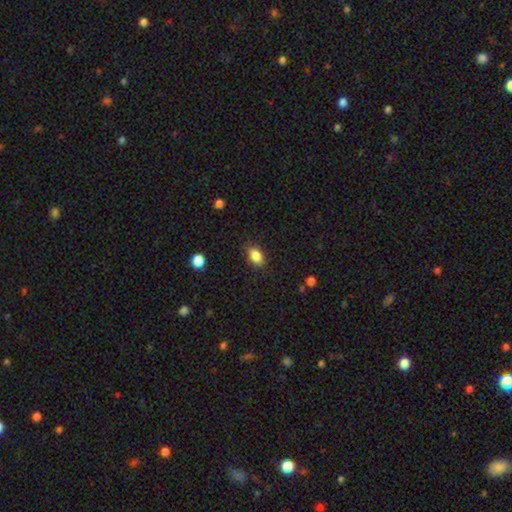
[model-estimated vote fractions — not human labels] A smooth galaxy with no disk features (85%) that is in between round and cigar-shaped (83%).

Vote fractions:
- Smooth or featured? smooth: 85% / star or artifact: 9% / featured or disk: 6%
- How rounded? in between: 83% / round: 15% / cigar-shaped: 2%
- Merging? none: 84% / minor disturbance: 12% / major disturbance: 3% / merger: 1%